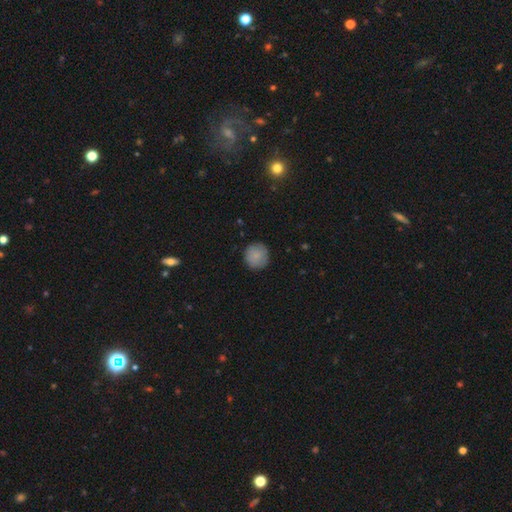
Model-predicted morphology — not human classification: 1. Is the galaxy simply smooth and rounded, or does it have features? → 85% smooth, 8% star or artifact, 7% featured or disk.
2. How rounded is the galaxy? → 94% round, 5% in between, 1% cigar-shaped.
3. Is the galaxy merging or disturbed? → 88% none, 9% minor disturbance, 2% major disturbance, 1% merger.